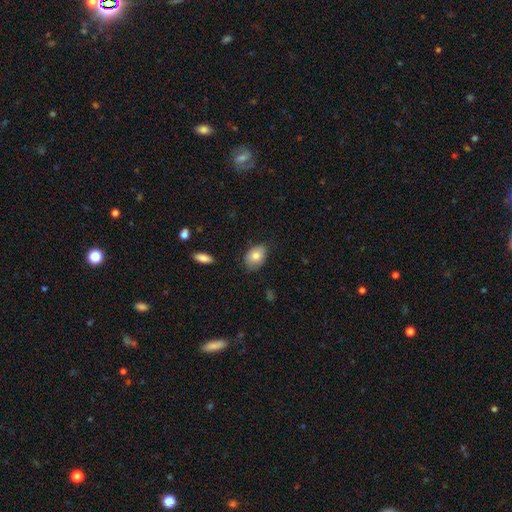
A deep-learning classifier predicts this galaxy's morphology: smooth_or_featured: smooth (p=0.81) [alt: featured or disk p=0.12]
how_rounded: in between (p=0.81) [alt: round p=0.18]
merging: none (p=0.71) [alt: minor disturbance p=0.24]